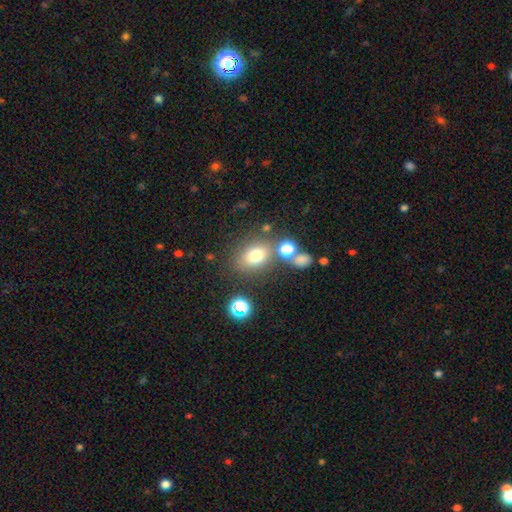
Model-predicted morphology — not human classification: Smooth or featured: smooth — 72% (star or artifact — 16%)
How rounded: in between — 58% (round — 41%)
Merging: none — 70% (minor disturbance — 13%)